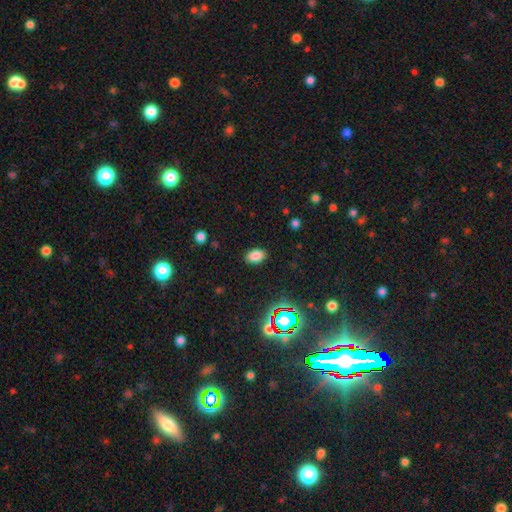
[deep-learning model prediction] Q: Smooth or featured?
A: smooth (82%); runner-up: star or artifact (13%)
Q: How rounded?
A: in between (89%); runner-up: round (10%)
Q: Merging?
A: none (87%); runner-up: minor disturbance (9%)